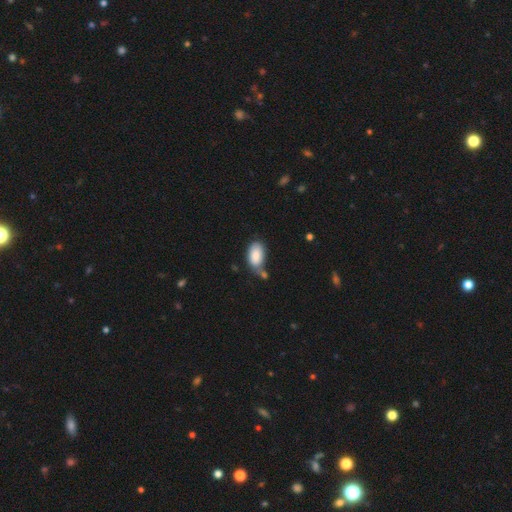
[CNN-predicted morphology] Smooth or featured?
  - smooth: 86% *
  - featured or disk: 8%
  - star or artifact: 6%
How rounded?
  - in between: 94% *
  - round: 5%
  - cigar-shaped: 2%
Merging?
  - none: 46% *
  - minor disturbance: 24%
  - merger: 22%
  - major disturbance: 8%